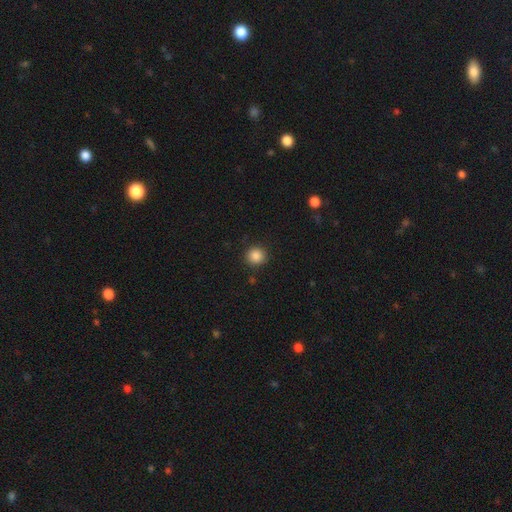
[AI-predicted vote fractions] smooth 86%, star or artifact 10%, featured or disk 3%. Down the decision tree: how rounded — round (92%); merging — none (90%).